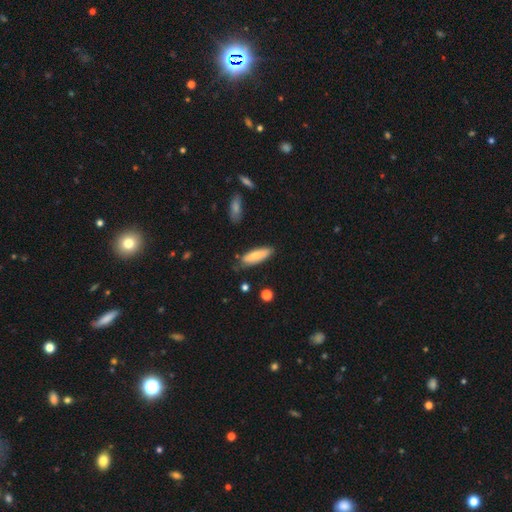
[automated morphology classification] Q: Smooth or featured?
A: smooth (76%); runner-up: featured or disk (18%)
Q: How rounded?
A: cigar-shaped (54%); runner-up: in between (44%)
Q: Merging?
A: none (78%); runner-up: minor disturbance (17%)